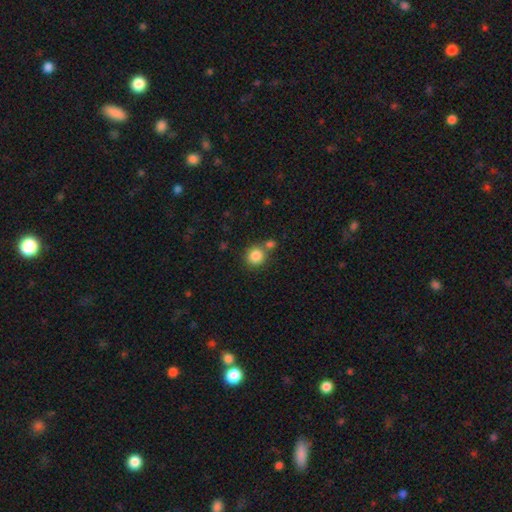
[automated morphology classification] Smooth or featured? Predicted: smooth (p=0.85). How rounded? Predicted: round (p=0.89). Merging? Predicted: none (p=0.68).